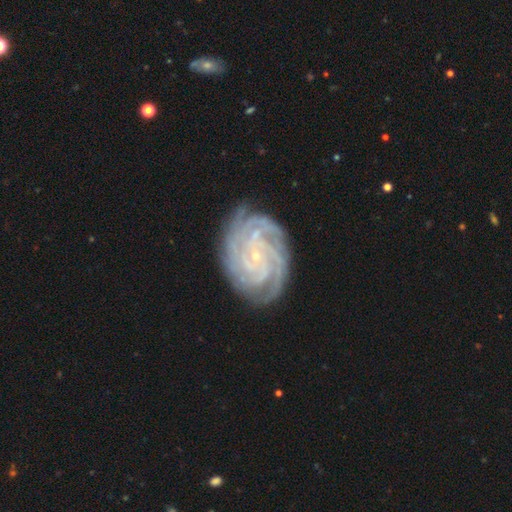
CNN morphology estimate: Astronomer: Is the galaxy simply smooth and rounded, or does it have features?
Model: featured or disk — 91%.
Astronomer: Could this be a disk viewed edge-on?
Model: no — 98%.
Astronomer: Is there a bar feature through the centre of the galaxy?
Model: no — 68%.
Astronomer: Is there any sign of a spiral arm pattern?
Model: yes — 99%.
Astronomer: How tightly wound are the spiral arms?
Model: tight — 83%.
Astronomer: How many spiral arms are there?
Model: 4 — 33% (runner-up: 3, 20%).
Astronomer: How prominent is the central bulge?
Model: small — 87%.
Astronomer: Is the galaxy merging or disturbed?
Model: none — 81%.